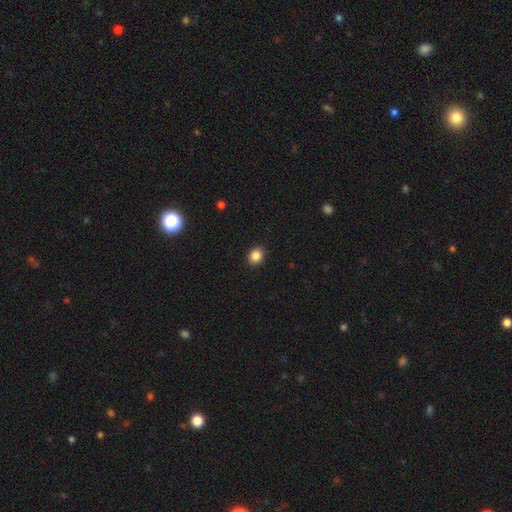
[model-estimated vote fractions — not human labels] Overall: smooth (86%). How rounded: round (66%; in between 33%). Merging: none (91%).